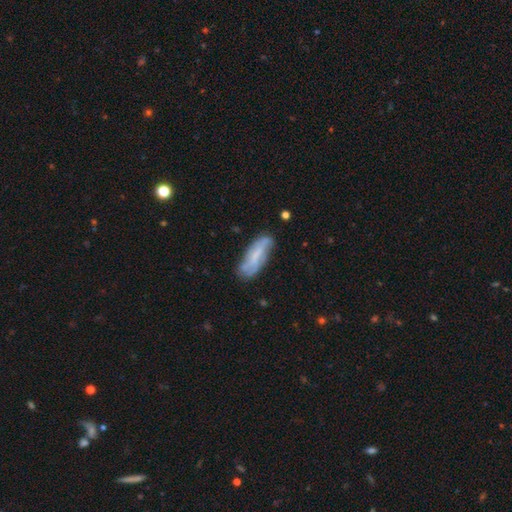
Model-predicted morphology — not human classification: Smooth or featured: smooth — 47% (featured or disk — 45%)
Merging: none — 62% (minor disturbance — 26%)